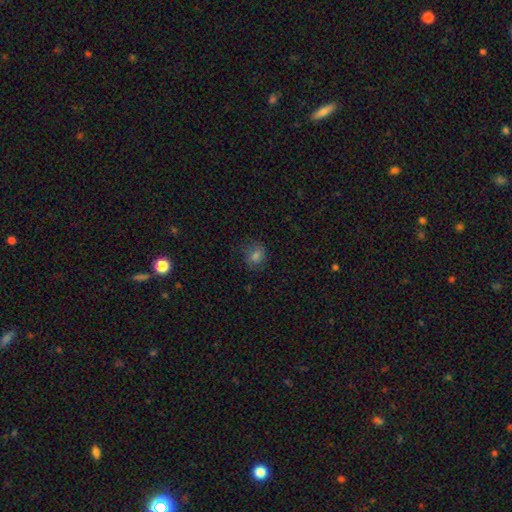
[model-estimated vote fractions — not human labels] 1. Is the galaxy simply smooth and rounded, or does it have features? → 71% smooth, 14% star or artifact, 14% featured or disk.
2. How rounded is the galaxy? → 71% round, 28% in between, 1% cigar-shaped.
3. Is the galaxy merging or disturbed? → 71% none, 20% minor disturbance, 8% major disturbance, 1% merger.